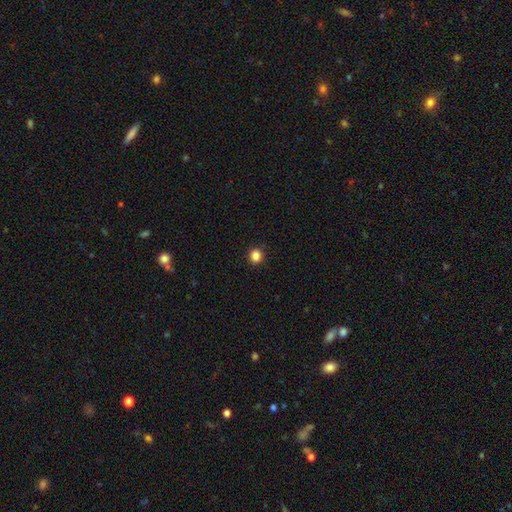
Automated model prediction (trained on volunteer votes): A smooth galaxy with no disk features (85%) that is round (80%).

Vote fractions:
- Smooth or featured? smooth: 85% / star or artifact: 12% / featured or disk: 3%
- How rounded? round: 80% / in between: 19% / cigar-shaped: 1%
- Merging? none: 91% / minor disturbance: 7% / major disturbance: 2% / merger: 1%